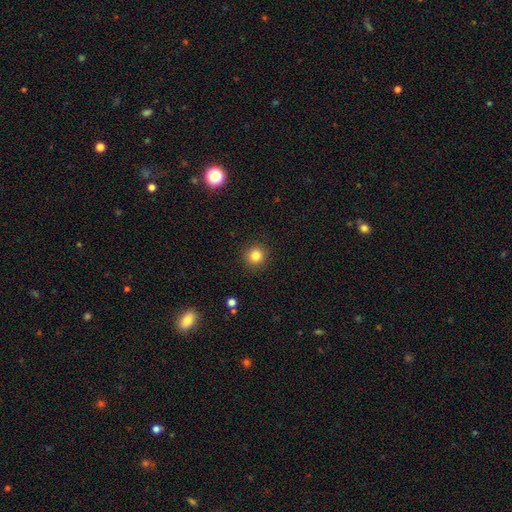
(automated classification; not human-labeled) A smooth galaxy with no disk features (83%) that is round (94%).

Vote fractions:
- Smooth or featured? smooth: 83% / star or artifact: 12% / featured or disk: 6%
- How rounded? round: 94% / in between: 5% / cigar-shaped: 1%
- Merging? none: 92% / minor disturbance: 5% / major disturbance: 2% / merger: 1%